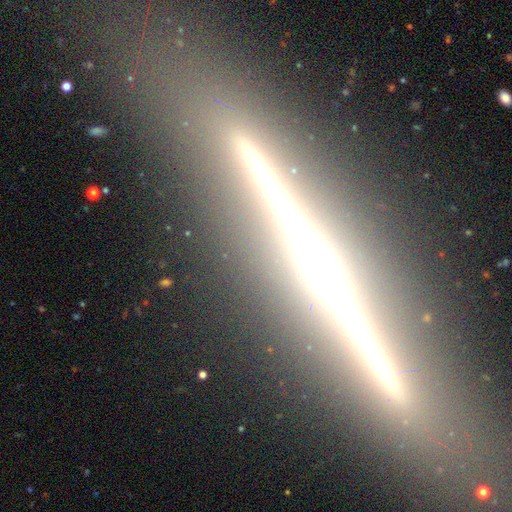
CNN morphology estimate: smooth_or_featured: featured or disk (p=0.83) [alt: star or artifact p=0.11]
disk_edge_on: yes (p=0.97) [alt: no p=0.03]
edge_on_bulge: none (p=0.42) [alt: rounded p=0.40]
merging: none (p=0.87) [alt: minor disturbance p=0.08]